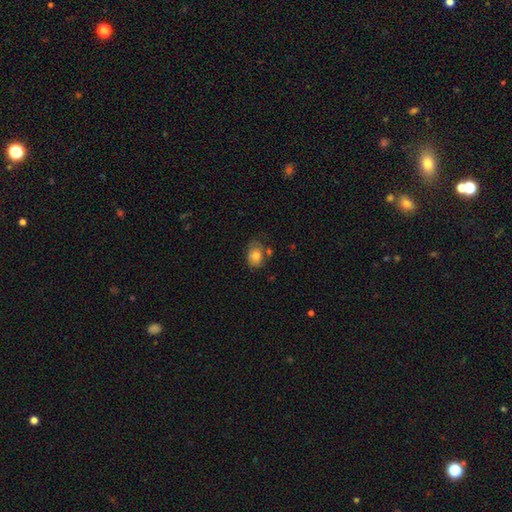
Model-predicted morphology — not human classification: The model was most divided on "how rounded": in between: 54%, round: 45%, cigar-shaped: 1%. More confident: smooth or featured — smooth (76%); merging — none (55%).